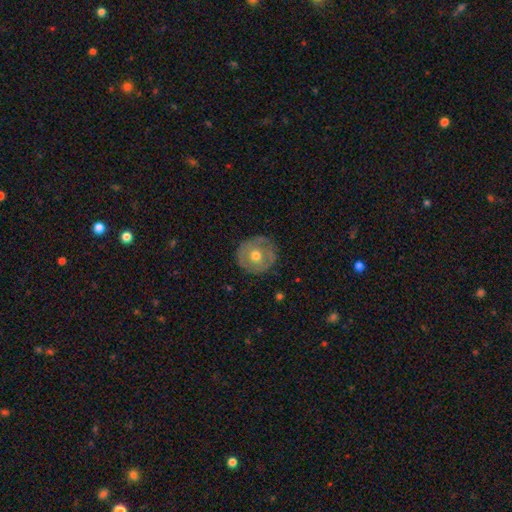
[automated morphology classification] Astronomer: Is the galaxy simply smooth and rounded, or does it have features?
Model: smooth — 49% (runner-up: featured or disk, 44%).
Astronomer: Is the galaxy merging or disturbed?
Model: none — 80%.